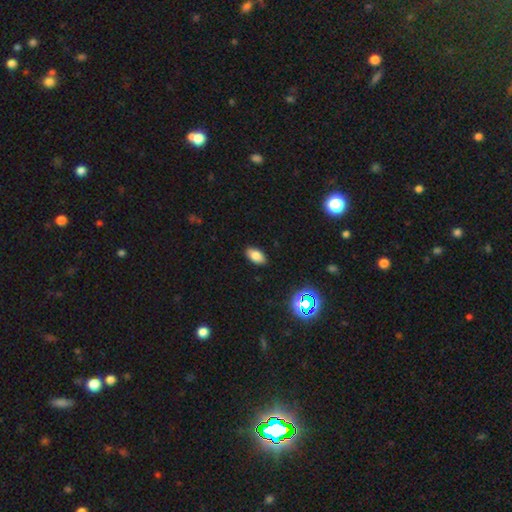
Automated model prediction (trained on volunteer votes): smooth_or_featured: smooth (p=0.79) [alt: star or artifact p=0.12]
how_rounded: in between (p=0.92) [alt: round p=0.04]
merging: none (p=0.89) [alt: minor disturbance p=0.08]